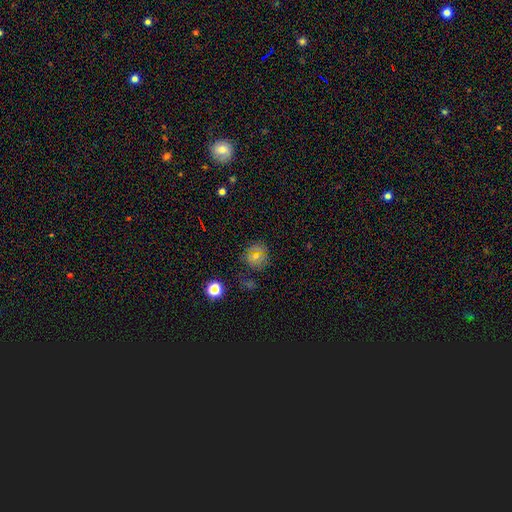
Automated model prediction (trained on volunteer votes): Morphology: type=smooth (46%); merging=none (76%).